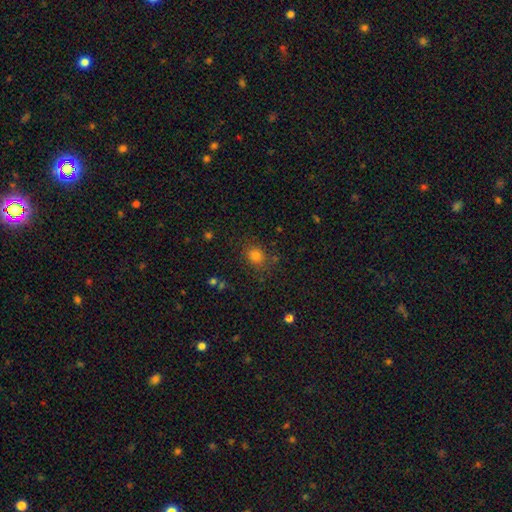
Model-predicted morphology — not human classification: smooth 79%, star or artifact 15%, featured or disk 6%. Down the decision tree: how rounded — round (62%); merging — none (79%).